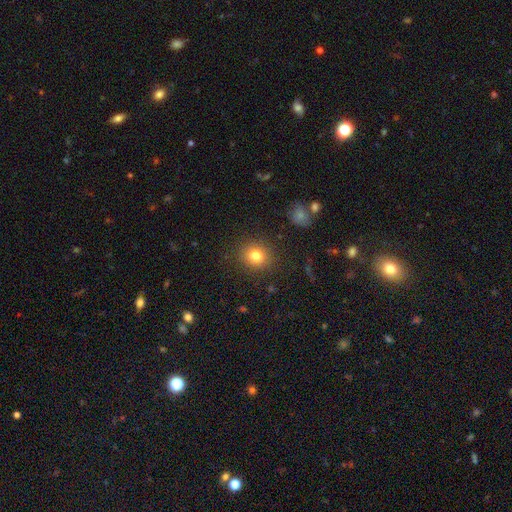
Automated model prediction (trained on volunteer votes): A smooth galaxy with no disk features (82%) that is round (79%). Merging: none (88%).